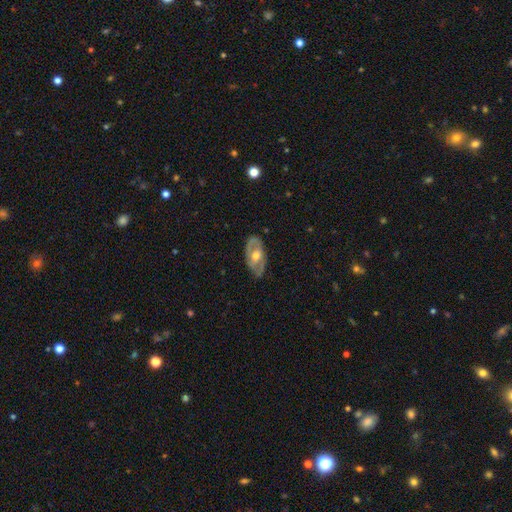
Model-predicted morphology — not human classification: A featured or disk galaxy (66%) with no bar (54%), spiral arms (51%) and a moderate central bulge (72%). Merging: none (75%).